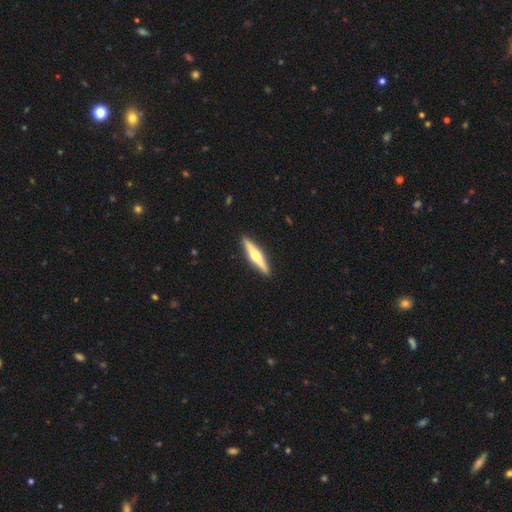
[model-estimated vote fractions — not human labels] This is likely a featured or disk galaxy (68%). It is clearly viewed edge-on (97%). Edge-on bulge: clearly rounded (94%). Merging: clearly none (92%).